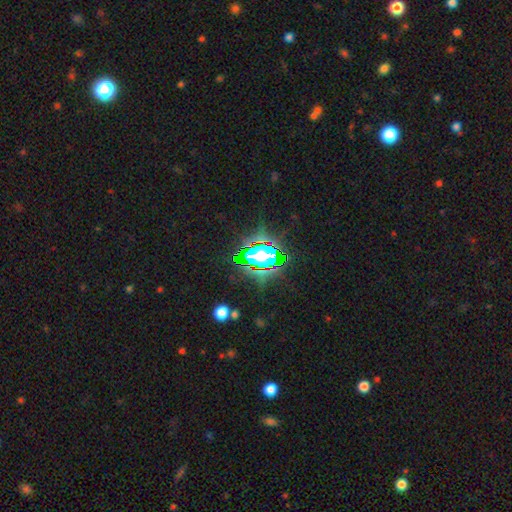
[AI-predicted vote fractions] A star or artifact, not a galaxy (69%).

Vote fractions:
- Smooth or featured? star or artifact: 69% / smooth: 19% / featured or disk: 12%